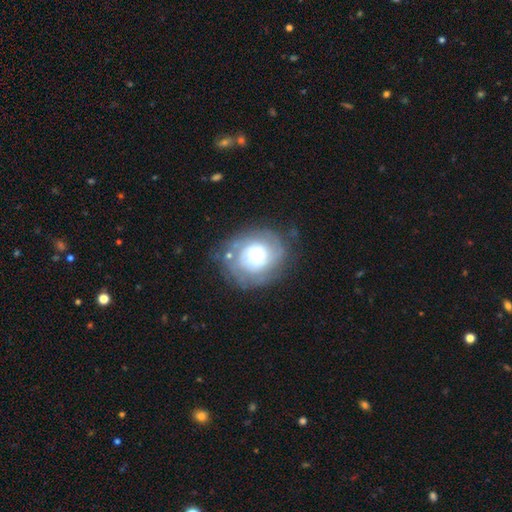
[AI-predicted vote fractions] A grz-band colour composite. It shows a featured or disk galaxy (61%) with no bar (79%), spiral arms (79%) and a large central bulge (43%). Merging: none (66%).